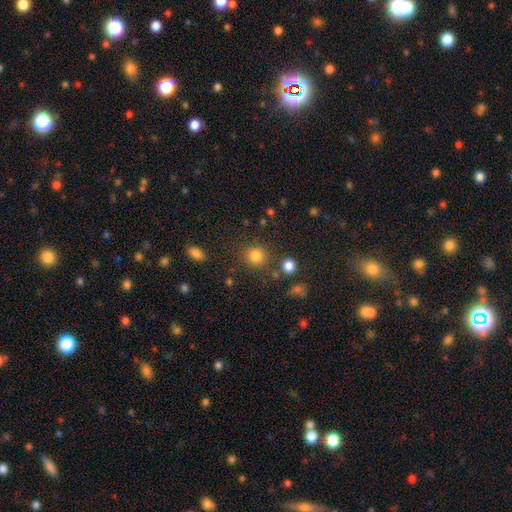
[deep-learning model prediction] This is clearly a smooth galaxy (82%). How rounded: clearly round (89%). Merging: clearly none (80%).